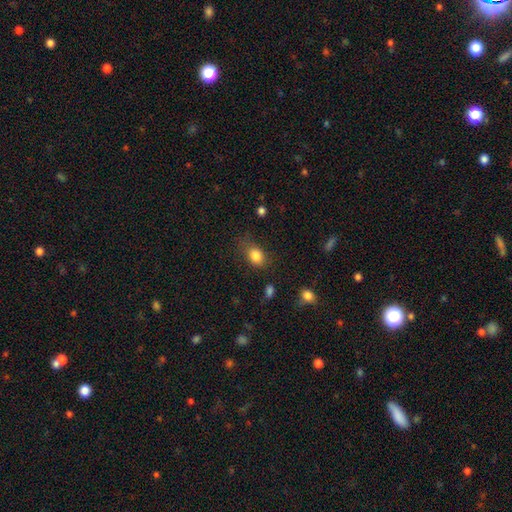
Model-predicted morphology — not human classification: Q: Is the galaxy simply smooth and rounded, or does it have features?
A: smooth — 83%.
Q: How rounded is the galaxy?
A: in between — 67%.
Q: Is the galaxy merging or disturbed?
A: none — 64%.